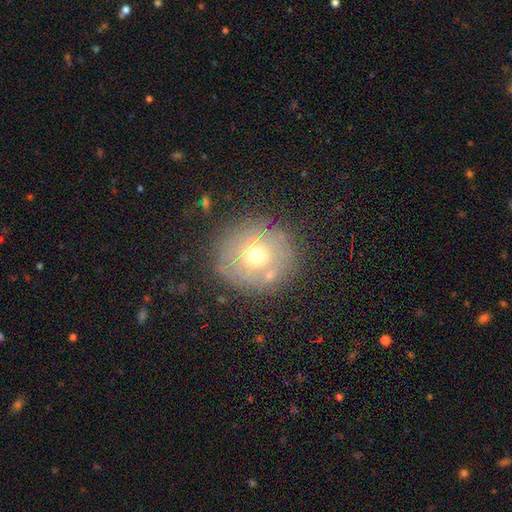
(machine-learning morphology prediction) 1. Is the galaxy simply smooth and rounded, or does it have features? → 52% smooth, 35% featured or disk, 13% star or artifact.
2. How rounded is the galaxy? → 89% round, 10% in between, 1% cigar-shaped.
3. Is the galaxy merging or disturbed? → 76% none, 13% minor disturbance, 6% major disturbance, 5% merger.